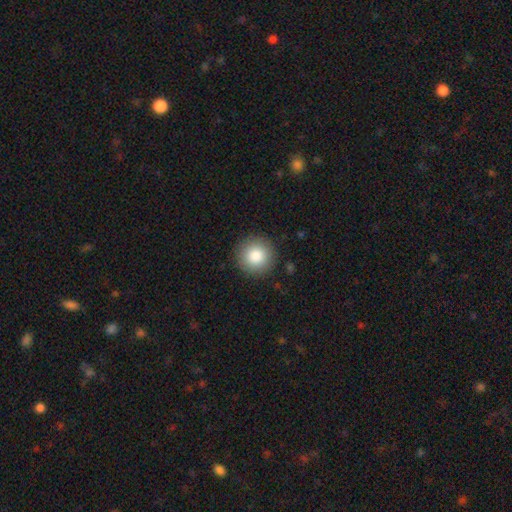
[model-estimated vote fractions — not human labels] Q: Smooth or featured?
A: smooth (85%); runner-up: star or artifact (9%)
Q: How rounded?
A: round (96%); runner-up: in between (3%)
Q: Merging?
A: none (91%); runner-up: minor disturbance (6%)